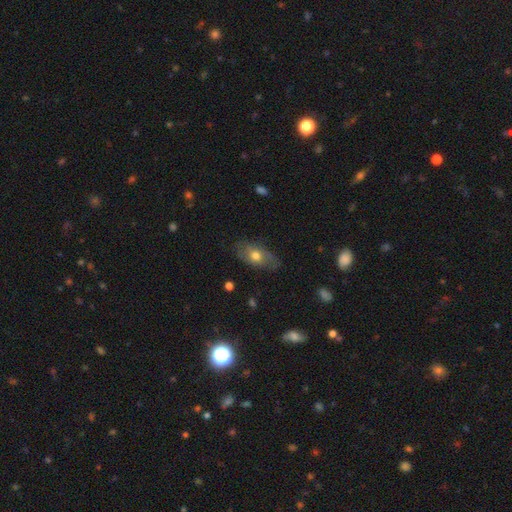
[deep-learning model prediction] smooth-or-featured: smooth: 52% | featured or disk: 40% | star or artifact: 7%
  how-rounded: in between: 87% | round: 8% | cigar-shaped: 5%
  merging: none: 73% | minor disturbance: 20% | major disturbance: 6% | merger: 1%